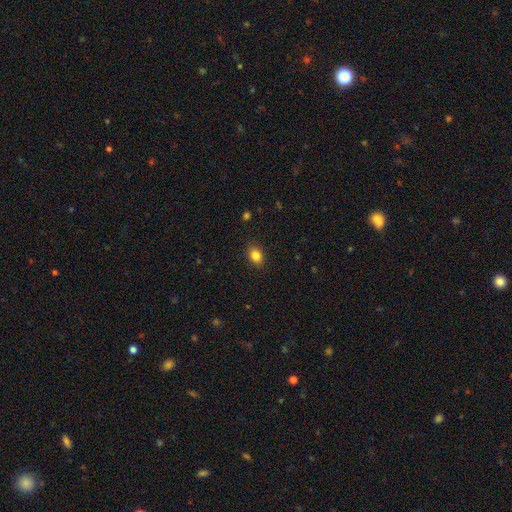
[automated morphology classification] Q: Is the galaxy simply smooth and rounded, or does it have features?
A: smooth — 84%.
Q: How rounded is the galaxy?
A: in between — 75%.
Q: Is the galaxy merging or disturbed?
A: none — 88%.